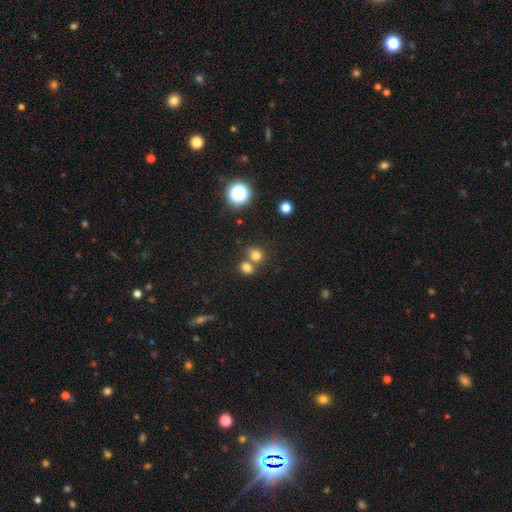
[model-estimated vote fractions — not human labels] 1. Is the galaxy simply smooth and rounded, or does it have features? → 76% smooth, 17% star or artifact, 7% featured or disk.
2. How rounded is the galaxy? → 65% round, 34% in between, 1% cigar-shaped.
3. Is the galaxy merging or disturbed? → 50% none, 38% merger, 8% minor disturbance, 3% major disturbance.